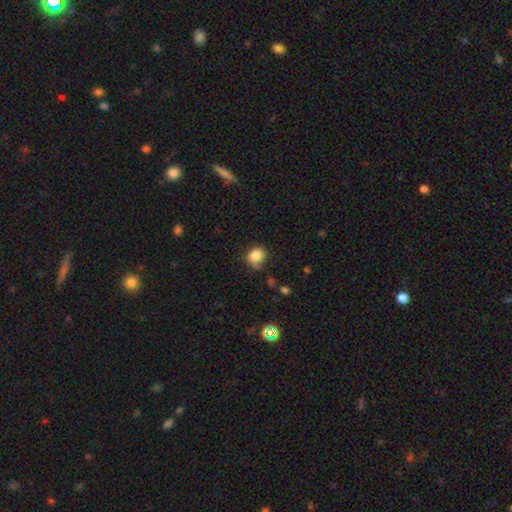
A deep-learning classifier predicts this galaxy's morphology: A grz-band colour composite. It shows a smooth galaxy with no disk features (84%) that is round (66%). Merging: none (67%).